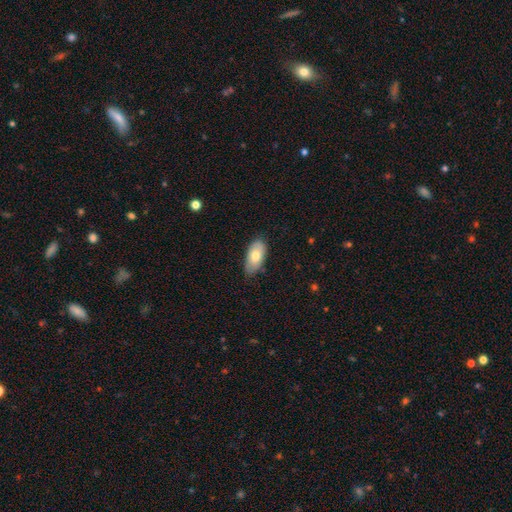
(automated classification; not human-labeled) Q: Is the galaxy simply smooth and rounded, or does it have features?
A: smooth — 72%.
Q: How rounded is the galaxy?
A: in between — 93%.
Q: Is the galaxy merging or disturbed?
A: none — 74%.